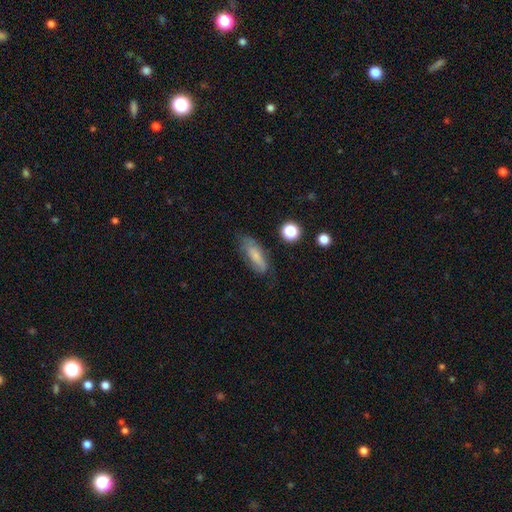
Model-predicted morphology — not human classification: Q: Smooth or featured?
A: smooth (66%); runner-up: featured or disk (25%)
Q: How rounded?
A: in between (63%); runner-up: cigar-shaped (34%)
Q: Merging?
A: none (67%); runner-up: minor disturbance (24%)